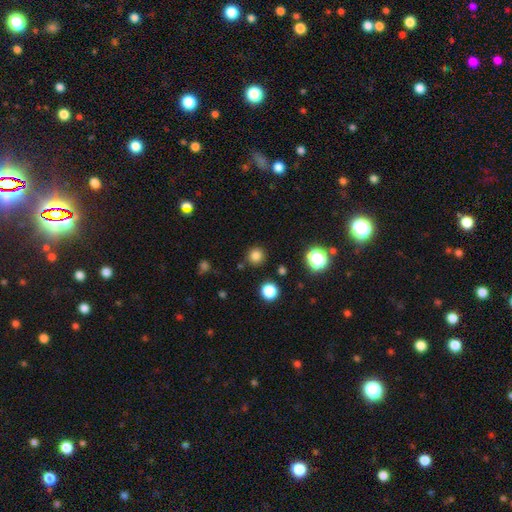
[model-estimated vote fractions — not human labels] Morphology: type=smooth (80%); roundness=round (93%); merging=none (87%).